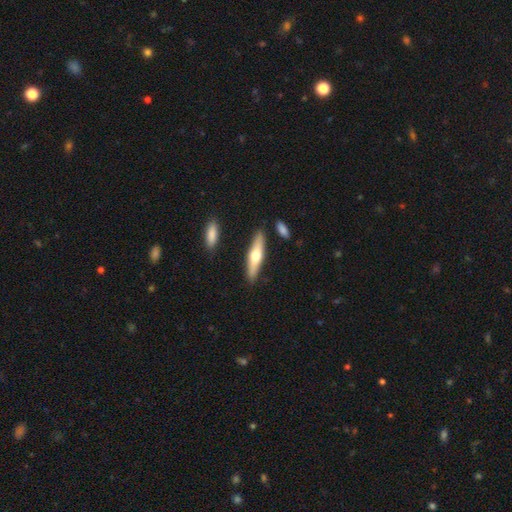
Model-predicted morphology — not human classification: Smooth or featured: smooth — 52% (featured or disk — 43%)
How rounded: cigar-shaped — 75% (in between — 24%)
Merging: none — 85% (minor disturbance — 9%)